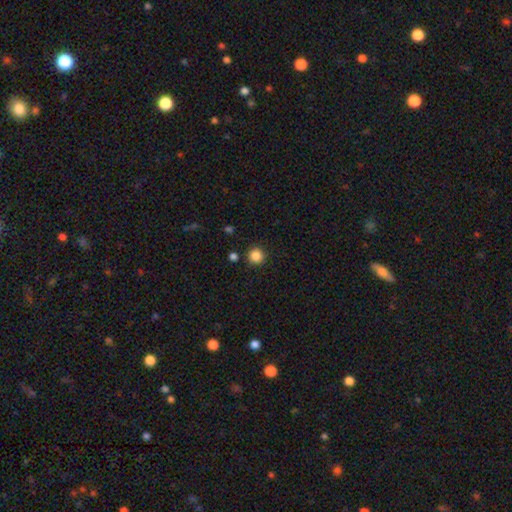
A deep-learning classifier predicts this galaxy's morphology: smooth-or-featured: smooth: 85% | star or artifact: 11% | featured or disk: 3%
  how-rounded: round: 95% | in between: 4% | cigar-shaped: 1%
  merging: none: 89% | minor disturbance: 6% | merger: 3% | major disturbance: 2%